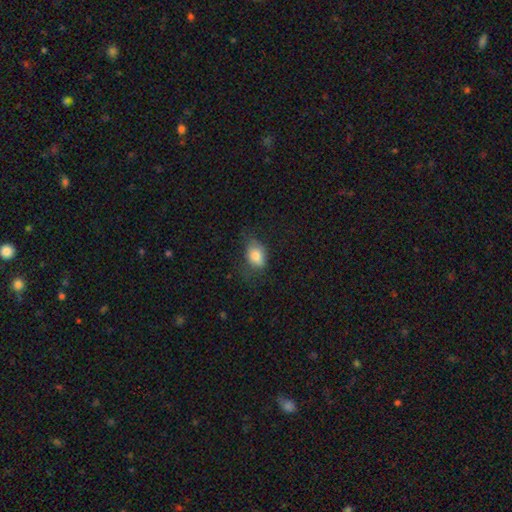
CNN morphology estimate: This is clearly a smooth galaxy (80%). How rounded: likely in between (77%). Merging: possibly none (57%).